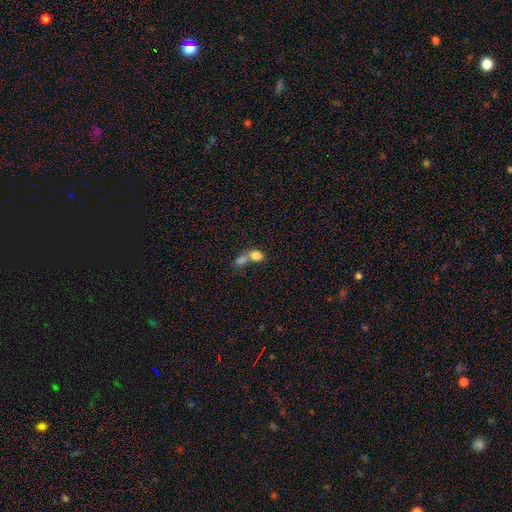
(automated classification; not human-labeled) Q: Smooth or featured?
A: smooth (79%); runner-up: featured or disk (11%)
Q: How rounded?
A: in between (51%); runner-up: round (47%)
Q: Merging?
A: merger (66%); runner-up: none (24%)